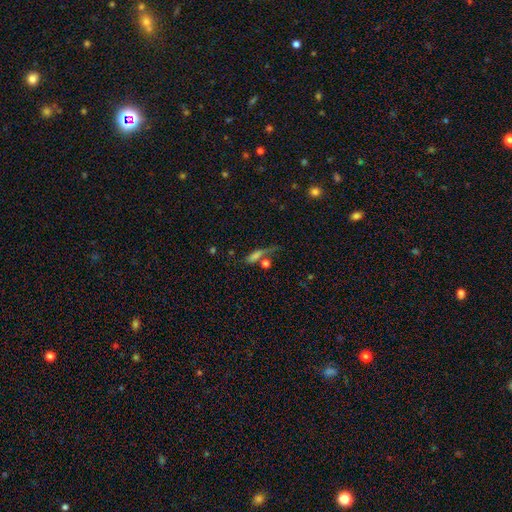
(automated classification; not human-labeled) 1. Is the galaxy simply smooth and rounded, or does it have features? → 62% smooth, 22% featured or disk, 16% star or artifact.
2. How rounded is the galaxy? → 57% cigar-shaped, 36% in between, 7% round.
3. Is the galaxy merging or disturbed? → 42% none, 25% merger, 17% minor disturbance, 16% major disturbance.